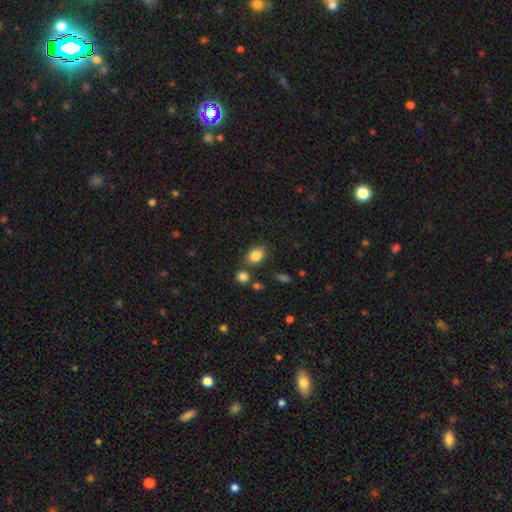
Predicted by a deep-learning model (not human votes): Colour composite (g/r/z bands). It shows a smooth galaxy with no disk features (84%) that is in between round and cigar-shaped (70%). Merging: none (75%).